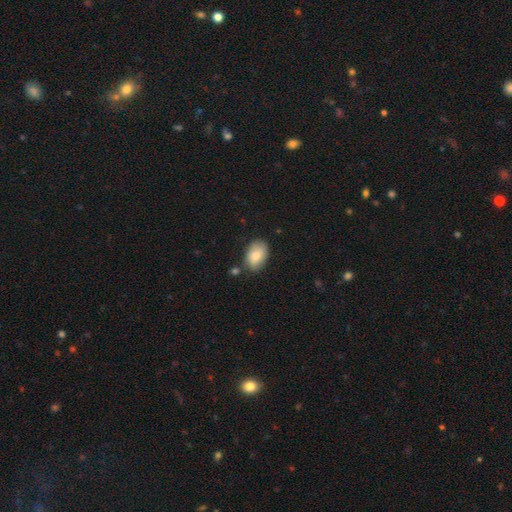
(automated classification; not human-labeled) A smooth galaxy with no disk features (78%) that is in between round and cigar-shaped (88%).

Vote fractions:
- Smooth or featured? smooth: 78% / featured or disk: 15% / star or artifact: 7%
- How rounded? in between: 88% / round: 11% / cigar-shaped: 1%
- Merging? none: 72% / minor disturbance: 19% / merger: 6% / major disturbance: 4%